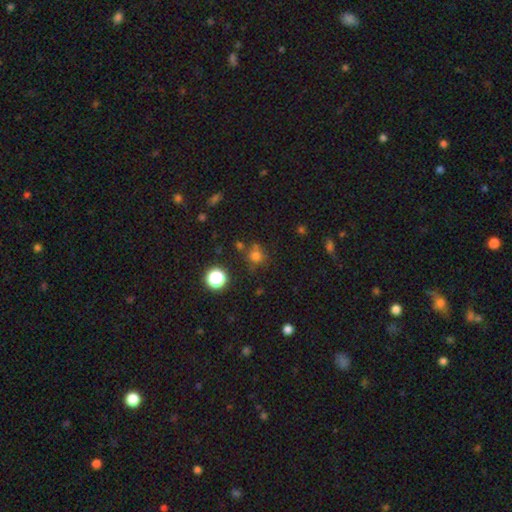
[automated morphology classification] This appears to be a smooth galaxy with no disk features (72%) that is round (87%). Merging: none (70%).